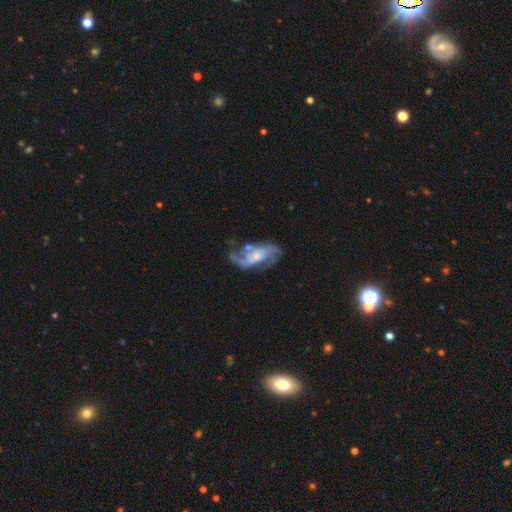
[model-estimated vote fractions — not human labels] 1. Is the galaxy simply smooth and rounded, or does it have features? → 83% featured or disk, 12% smooth, 5% star or artifact.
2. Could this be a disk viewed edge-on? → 95% no, 5% yes.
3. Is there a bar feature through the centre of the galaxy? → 51% no, 37% weak, 12% strong.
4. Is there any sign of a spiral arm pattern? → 92% yes, 8% no.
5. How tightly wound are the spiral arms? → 42% medium, 39% loose, 19% tight.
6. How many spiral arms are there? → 57% 2, 16% can't tell, 15% 3, 5% 1, 4% 4, 3% more than 4.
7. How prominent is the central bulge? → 45% moderate, 38% small, 8% large, 7% none, 1% dominant.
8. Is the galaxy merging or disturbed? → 51% none, 22% minor disturbance, 20% major disturbance, 7% merger.